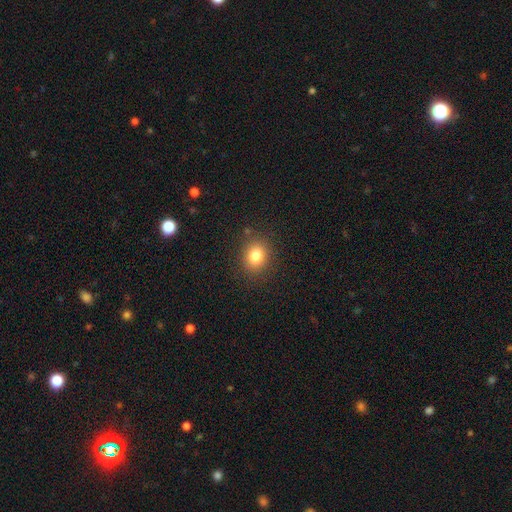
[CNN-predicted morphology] smooth-or-featured: smooth: 81% | star or artifact: 12% | featured or disk: 7%
  how-rounded: round: 62% | in between: 37% | cigar-shaped: 1%
  merging: none: 86% | minor disturbance: 9% | major disturbance: 3% | merger: 2%